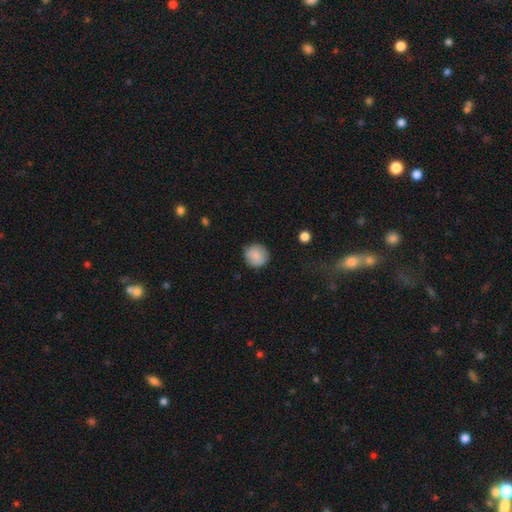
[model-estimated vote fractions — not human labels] Morphology: type=smooth (84%); roundness=round (91%); merging=none (84%).